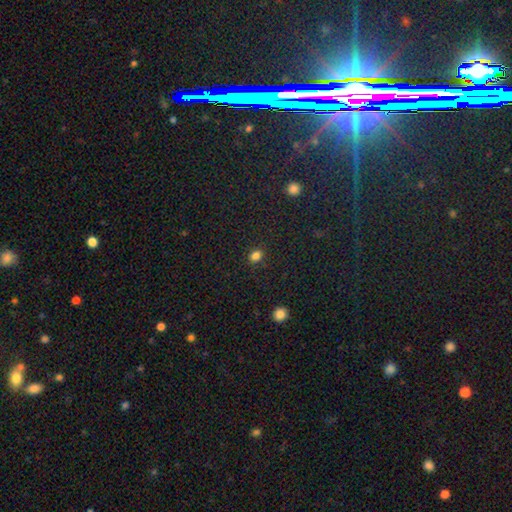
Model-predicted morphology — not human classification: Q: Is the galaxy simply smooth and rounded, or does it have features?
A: smooth — 82%.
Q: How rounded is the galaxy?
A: in between — 49%, tied with round.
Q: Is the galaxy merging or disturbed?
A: none — 86%.